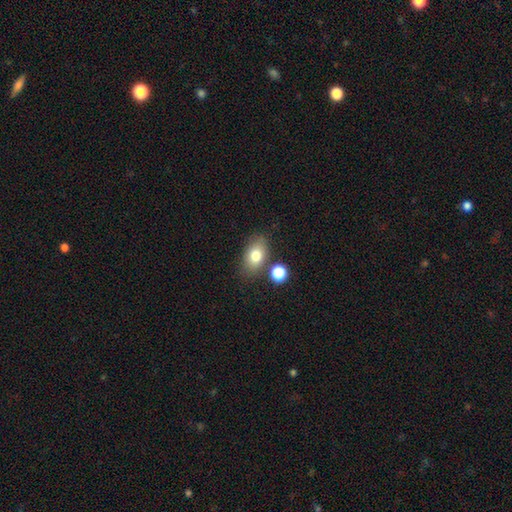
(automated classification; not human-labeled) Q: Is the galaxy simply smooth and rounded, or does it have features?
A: smooth — 79%.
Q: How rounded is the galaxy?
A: in between — 85%.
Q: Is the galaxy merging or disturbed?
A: none — 74%.